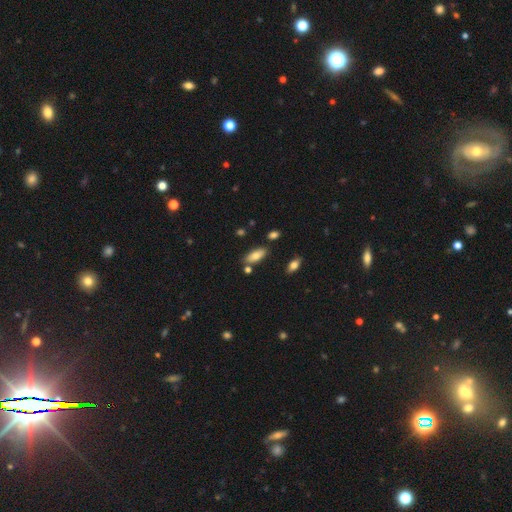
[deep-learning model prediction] Smooth or featured? Predicted: smooth (p=0.77). How rounded? Predicted: in between (p=0.83). Merging? Predicted: none (p=0.79).